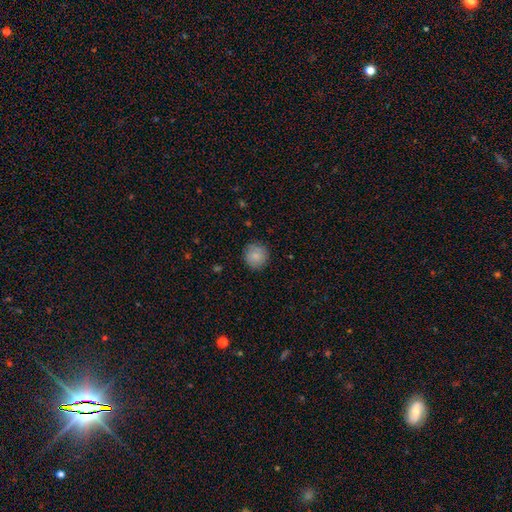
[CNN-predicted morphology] smooth 85%, star or artifact 8%, featured or disk 7%. Down the decision tree: how rounded — round (93%); merging — none (87%).